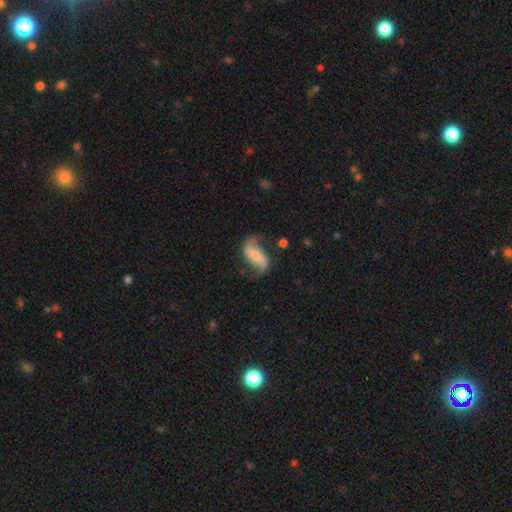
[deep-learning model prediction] Smooth or featured?
  - featured or disk: 69% *
  - smooth: 24%
  - star or artifact: 7%
Edge-on disk?
  - no: 95% *
  - yes: 5%
Bar?
  - strong: 44% *
  - weak: 31%
  - no: 25%
Spiral arms?
  - yes: 89% *
  - no: 11%
Spiral winding?
  - loose: 69% *
  - medium: 23%
  - tight: 8%
Spiral arm count?
  - 2: 89% *
  - 1: 5%
  - can't tell: 4%
  - 3: 1%
  - 4: 1%
  - more than 4: 1%
Bulge size?
  - small: 44% *
  - moderate: 28%
  - none: 17%
  - large: 8%
  - dominant: 3%
Merging?
  - none: 59% *
  - minor disturbance: 21%
  - major disturbance: 16%
  - merger: 3%